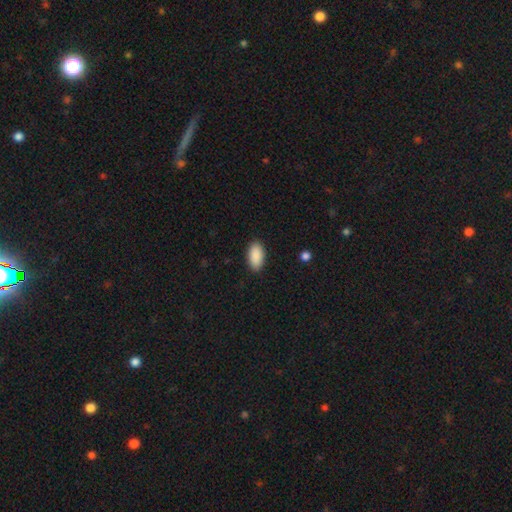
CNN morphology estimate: smooth_or_featured: smooth (p=0.90) [alt: star or artifact p=0.06]
how_rounded: in between (p=0.94) [alt: cigar-shaped p=0.03]
merging: none (p=0.89) [alt: minor disturbance p=0.08]